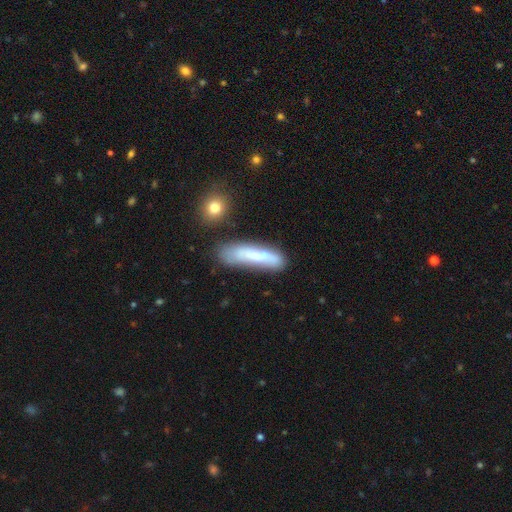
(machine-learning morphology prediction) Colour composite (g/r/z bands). It shows a smooth galaxy with no disk features (59%) that is cigar-shaped (79%). Merging: none (54%).